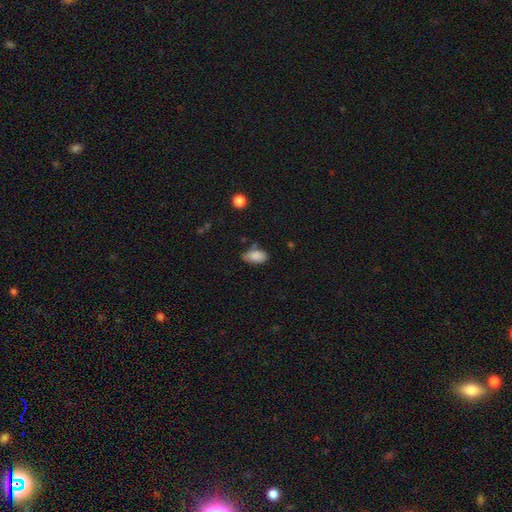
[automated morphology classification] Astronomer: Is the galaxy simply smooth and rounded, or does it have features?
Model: smooth — 87%.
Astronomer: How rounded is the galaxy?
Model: in between — 93%.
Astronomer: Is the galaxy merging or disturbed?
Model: none — 62%.